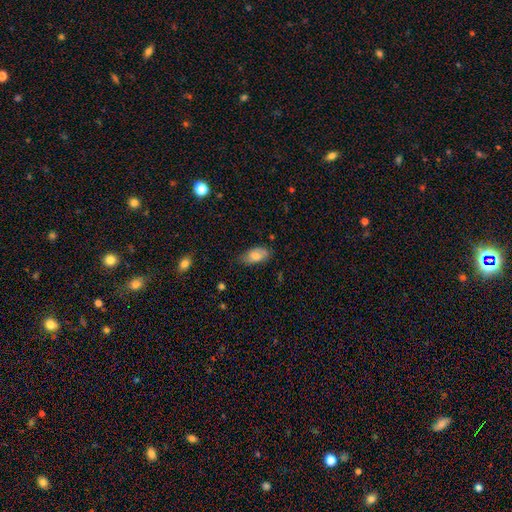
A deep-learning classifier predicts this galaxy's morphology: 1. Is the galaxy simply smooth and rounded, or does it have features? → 75% smooth, 17% featured or disk, 7% star or artifact.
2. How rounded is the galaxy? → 92% in between, 5% cigar-shaped, 4% round.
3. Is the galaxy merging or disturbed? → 65% none, 28% minor disturbance, 5% major disturbance, 1% merger.